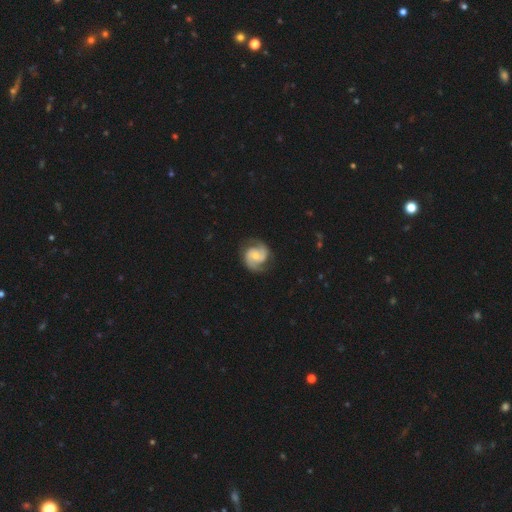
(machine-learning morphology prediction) Smooth or featured? featured or disk (87%)
Edge-on disk? no (98%)
Bar? no (53%)
Spiral arms? yes (97%)
Spiral winding? medium (53%)
Spiral arm count? 2 (92%)
Bulge size? moderate (49%)
Merging? none (81%)